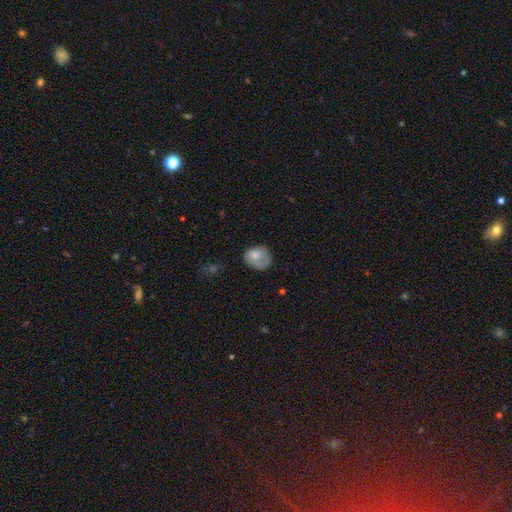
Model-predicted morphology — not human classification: A smooth galaxy with no disk features (69%) that is round (59%).

Vote fractions:
- Smooth or featured? smooth: 69% / featured or disk: 24% / star or artifact: 7%
- How rounded? round: 59% / in between: 41% / cigar-shaped: 1%
- Merging? none: 47% / minor disturbance: 31% / major disturbance: 20% / merger: 3%